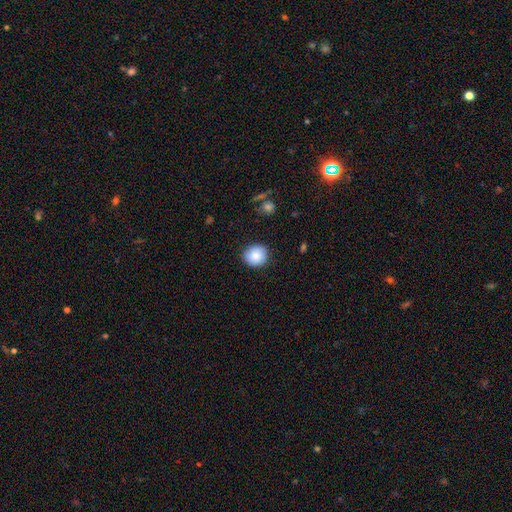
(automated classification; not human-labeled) Morphology: type=smooth (85%); roundness=round (87%); merging=none (87%).